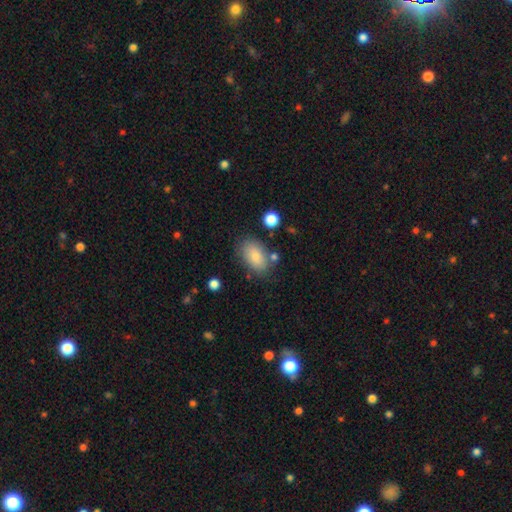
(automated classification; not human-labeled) Smooth or featured? smooth (83%)
How rounded? in between (90%)
Merging? none (72%)